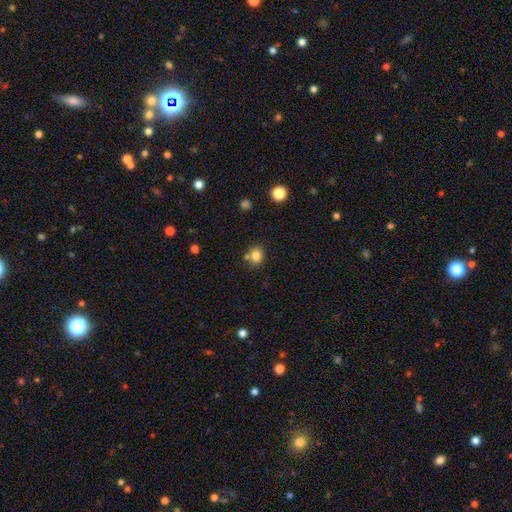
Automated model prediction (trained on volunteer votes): A smooth galaxy with no disk features (81%) that is round (68%).

Vote fractions:
- Smooth or featured? smooth: 81% / star or artifact: 12% / featured or disk: 7%
- How rounded? round: 68% / in between: 31% / cigar-shaped: 1%
- Merging? none: 68% / merger: 16% / minor disturbance: 12% / major disturbance: 3%